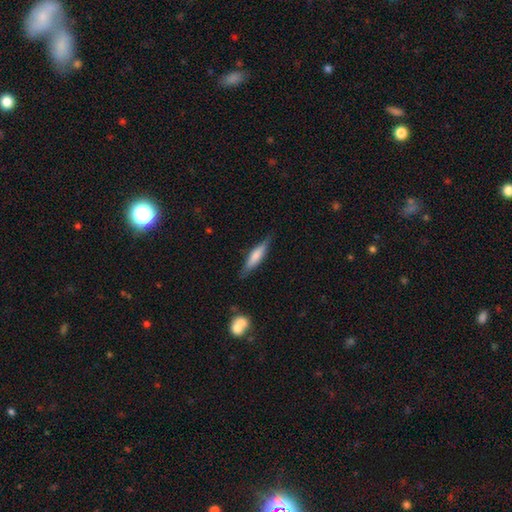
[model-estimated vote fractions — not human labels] Smooth or featured: smooth — 58% (featured or disk — 35%)
How rounded: cigar-shaped — 79% (in between — 20%)
Merging: none — 81% (minor disturbance — 14%)